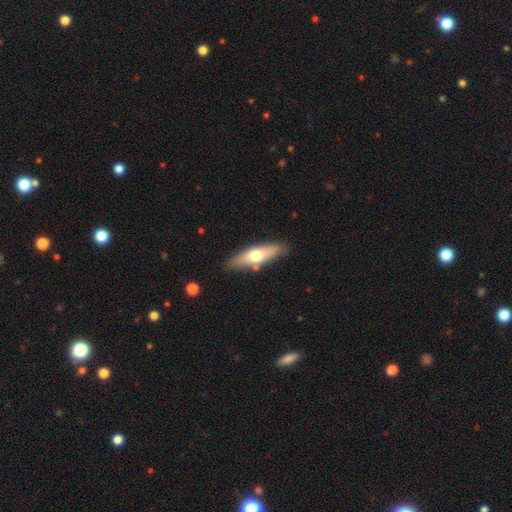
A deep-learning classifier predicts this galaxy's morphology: A smooth galaxy with no disk features (57%) that is cigar-shaped (53%). Merging: none (81%).